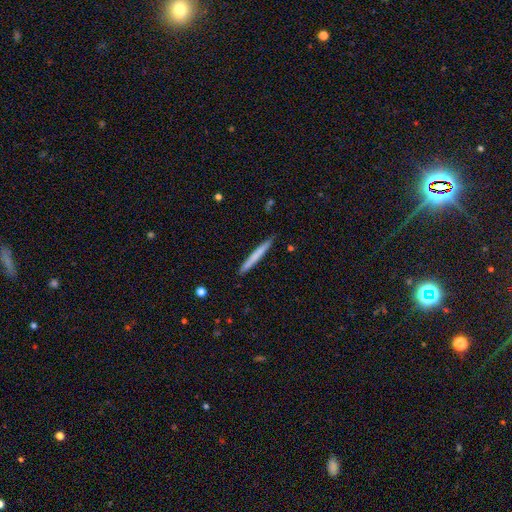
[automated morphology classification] smooth-or-featured: smooth: 67% | featured or disk: 28% | star or artifact: 5%
  how-rounded: cigar-shaped: 97% | in between: 2% | round: 1%
  merging: none: 91% | minor disturbance: 7% | major disturbance: 1% | merger: 1%